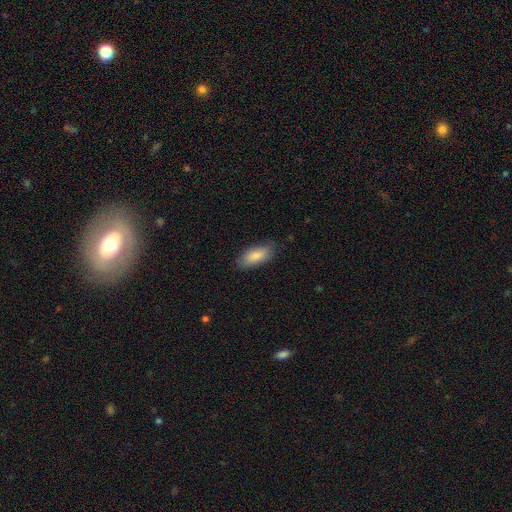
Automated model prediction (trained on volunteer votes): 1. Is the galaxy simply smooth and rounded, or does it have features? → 85% smooth, 9% featured or disk, 6% star or artifact.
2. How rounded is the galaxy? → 81% in between, 17% cigar-shaped, 2% round.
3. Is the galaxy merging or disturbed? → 82% none, 14% minor disturbance, 3% major disturbance, 1% merger.